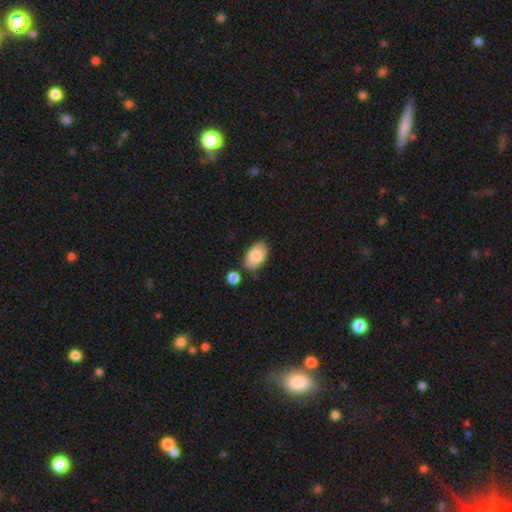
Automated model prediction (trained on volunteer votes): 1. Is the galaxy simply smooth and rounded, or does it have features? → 83% smooth, 11% featured or disk, 6% star or artifact.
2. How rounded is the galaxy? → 92% in between, 7% round, 1% cigar-shaped.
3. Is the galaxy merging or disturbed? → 71% none, 18% minor disturbance, 7% merger, 4% major disturbance.